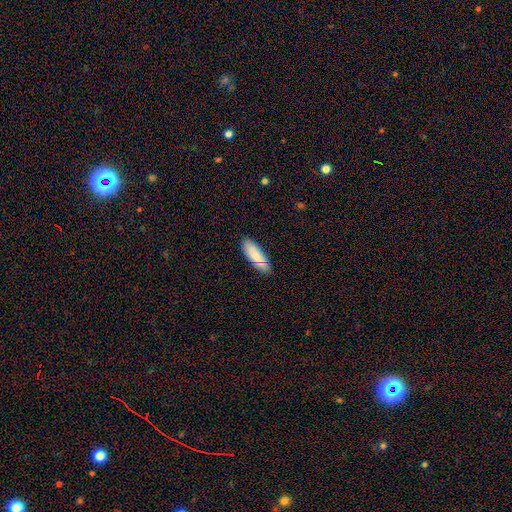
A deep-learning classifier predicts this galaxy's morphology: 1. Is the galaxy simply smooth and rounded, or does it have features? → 84% smooth, 10% featured or disk, 6% star or artifact.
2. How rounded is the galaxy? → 60% in between, 39% cigar-shaped, 2% round.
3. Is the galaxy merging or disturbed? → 82% none, 14% minor disturbance, 2% major disturbance, 2% merger.